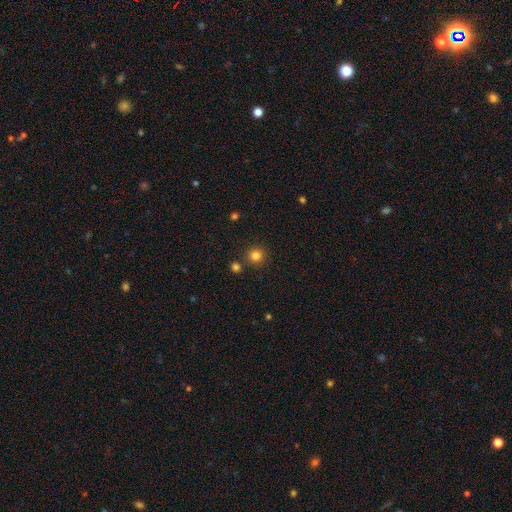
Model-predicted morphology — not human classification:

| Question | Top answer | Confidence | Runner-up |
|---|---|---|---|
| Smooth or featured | smooth | 81% | star or artifact (14%) |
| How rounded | round | 94% | in between (5%) |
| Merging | none | 84% | merger (7%) |